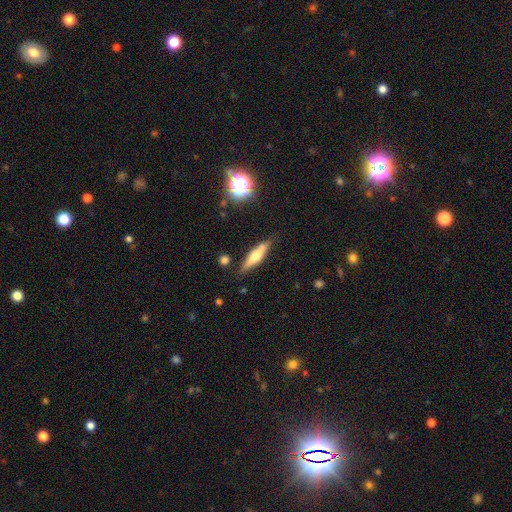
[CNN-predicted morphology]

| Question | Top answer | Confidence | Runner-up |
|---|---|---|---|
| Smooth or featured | featured or disk | 53% | smooth (39%) |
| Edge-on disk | yes | 91% | no (9%) |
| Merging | none | 81% | minor disturbance (14%) |